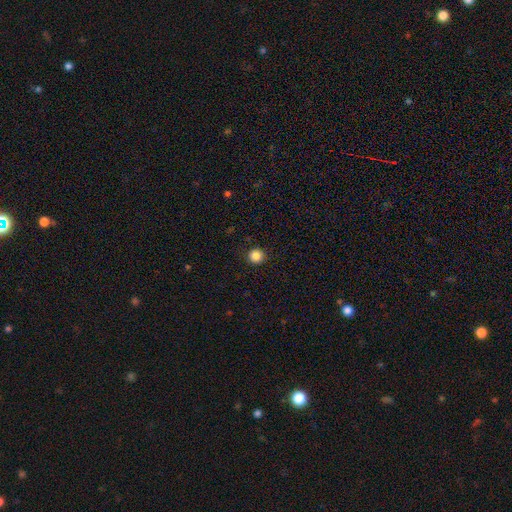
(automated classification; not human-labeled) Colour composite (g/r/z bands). It shows a smooth galaxy with no disk features (86%) that is round (94%). Merging: none (92%).